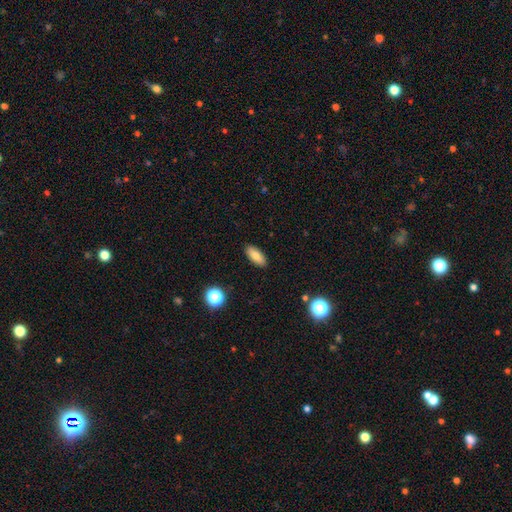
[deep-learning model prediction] smooth-or-featured: smooth: 80% | featured or disk: 12% | star or artifact: 8%
  how-rounded: in between: 81% | cigar-shaped: 16% | round: 3%
  merging: none: 90% | minor disturbance: 7% | major disturbance: 2% | merger: 1%